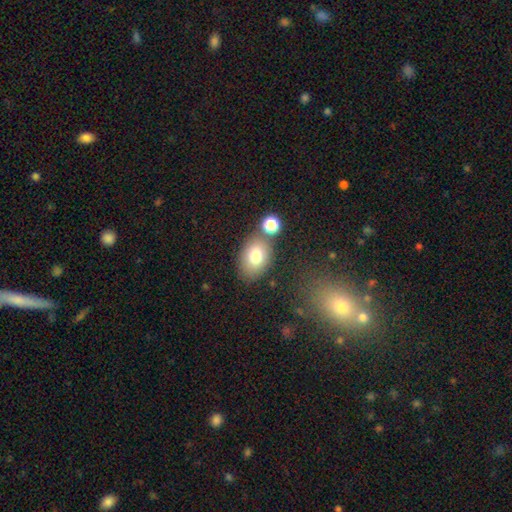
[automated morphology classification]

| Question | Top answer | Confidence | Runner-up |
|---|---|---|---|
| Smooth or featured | smooth | 78% | featured or disk (13%) |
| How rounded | in between | 79% | round (20%) |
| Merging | none | 71% | minor disturbance (13%) |